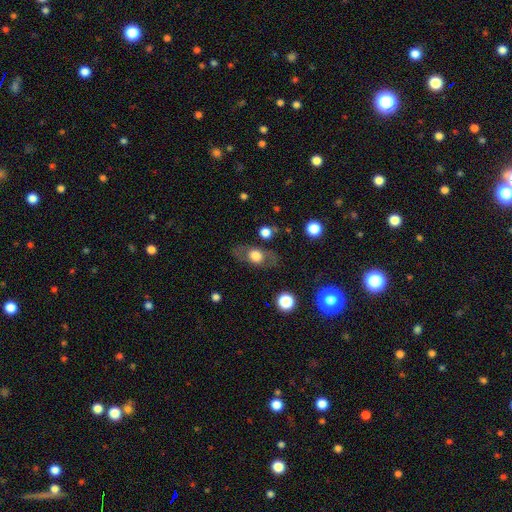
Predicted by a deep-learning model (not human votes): A smooth galaxy with no disk features (53%) that is in between round and cigar-shaped (64%).

Vote fractions:
- Smooth or featured? smooth: 53% / featured or disk: 39% / star or artifact: 9%
- How rounded? in between: 64% / round: 31% / cigar-shaped: 5%
- Merging? none: 75% / minor disturbance: 14% / major disturbance: 8% / merger: 2%